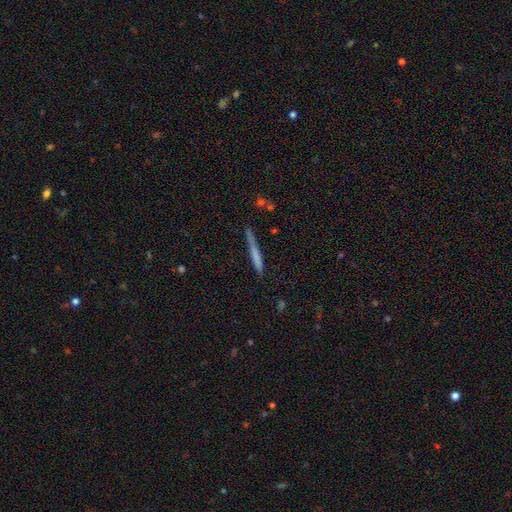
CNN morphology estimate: A smooth galaxy with no disk features (62%) that is cigar-shaped (96%). Merging: none (80%).